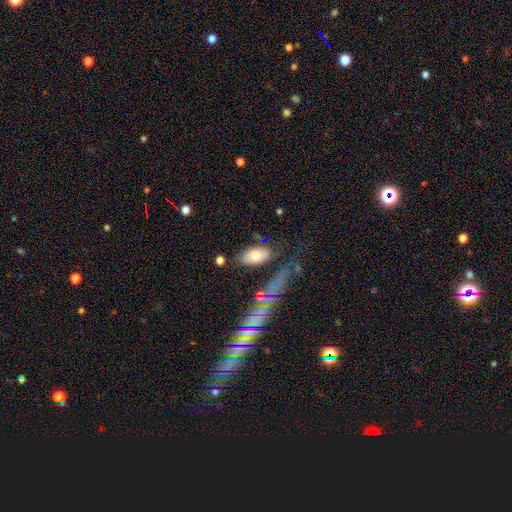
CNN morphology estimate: smooth-or-featured: smooth: 69% | featured or disk: 23% | star or artifact: 8%
  how-rounded: in between: 91% | round: 5% | cigar-shaped: 4%
  merging: none: 64% | minor disturbance: 19% | major disturbance: 9% | merger: 8%